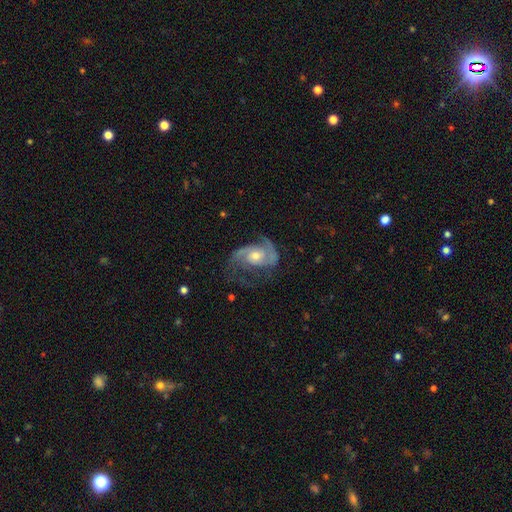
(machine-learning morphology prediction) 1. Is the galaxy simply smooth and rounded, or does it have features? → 86% featured or disk, 8% smooth, 6% star or artifact.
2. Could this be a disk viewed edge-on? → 97% no, 3% yes.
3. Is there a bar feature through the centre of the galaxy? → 67% no, 27% weak, 7% strong.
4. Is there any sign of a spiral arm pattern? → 96% yes, 4% no.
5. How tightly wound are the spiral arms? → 49% medium, 29% tight, 22% loose.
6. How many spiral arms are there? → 73% 2, 10% 3, 7% can't tell, 5% 1, 2% 4, 2% more than 4.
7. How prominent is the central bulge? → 61% moderate, 31% small, 5% large, 2% none, 1% dominant.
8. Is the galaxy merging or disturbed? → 56% none, 22% minor disturbance, 21% major disturbance, 2% merger.